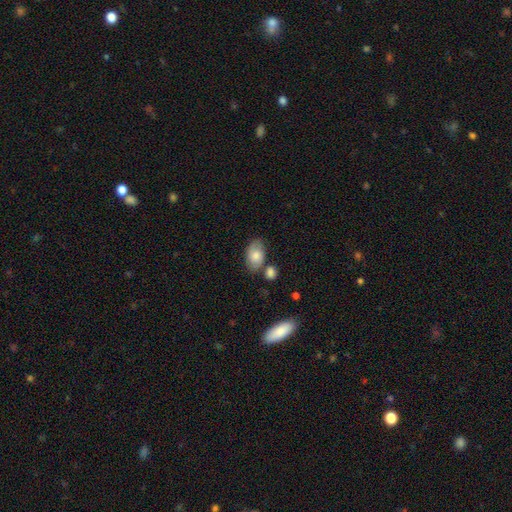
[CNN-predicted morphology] Smooth or featured? smooth (71%)
How rounded? in between (90%)
Merging? none (64%)